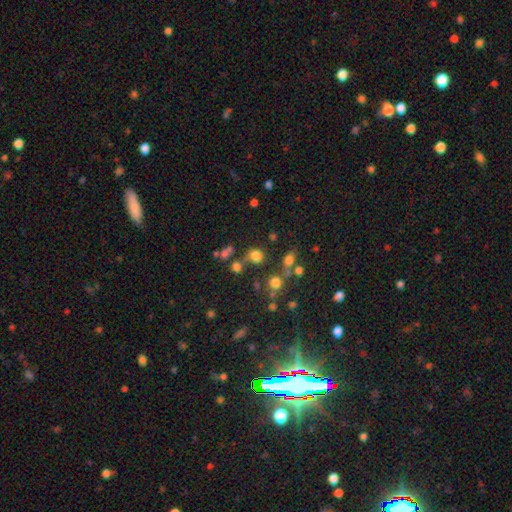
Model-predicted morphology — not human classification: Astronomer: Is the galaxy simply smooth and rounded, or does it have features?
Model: smooth — 72%.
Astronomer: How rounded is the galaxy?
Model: round — 71%.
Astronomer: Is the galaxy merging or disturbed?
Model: none — 64%.